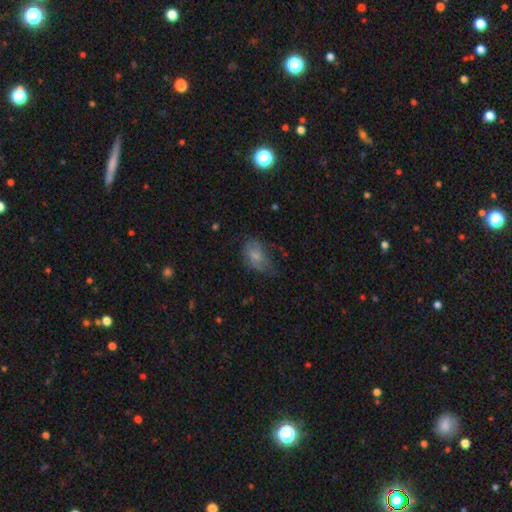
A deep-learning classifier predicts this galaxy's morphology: smooth_or_featured: smooth (p=0.64) [alt: featured or disk p=0.27]
how_rounded: in between (p=0.87) [alt: round p=0.11]
merging: none (p=0.44) [alt: minor disturbance p=0.35]